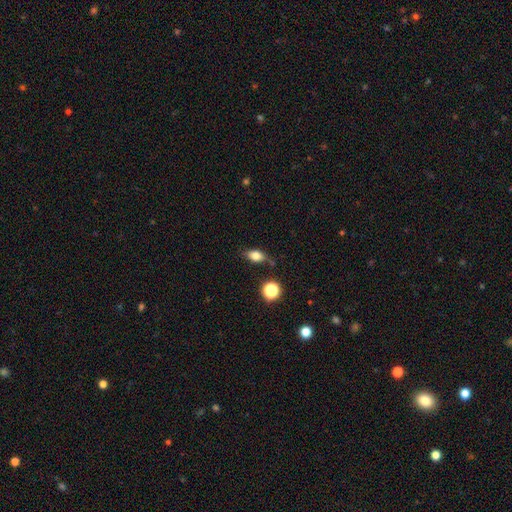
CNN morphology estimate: Overall: smooth (75%). How rounded: in between (75%). Merging: none (74%).